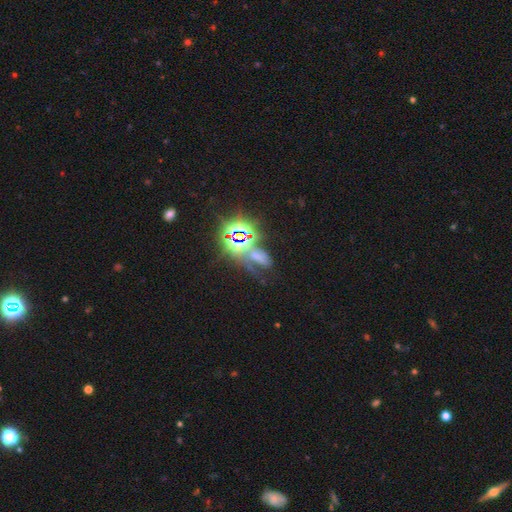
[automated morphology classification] The model was most divided on "smooth or featured": star or artifact: 77%, smooth: 14%, featured or disk: 9%.